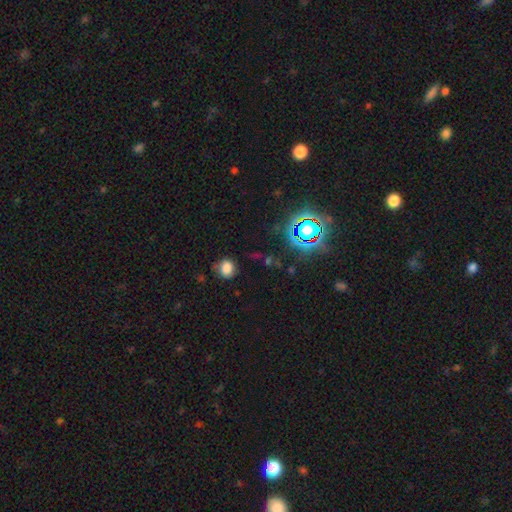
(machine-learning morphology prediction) A smooth galaxy with no disk features (53%) that is round (58%). Merging: none (73%).